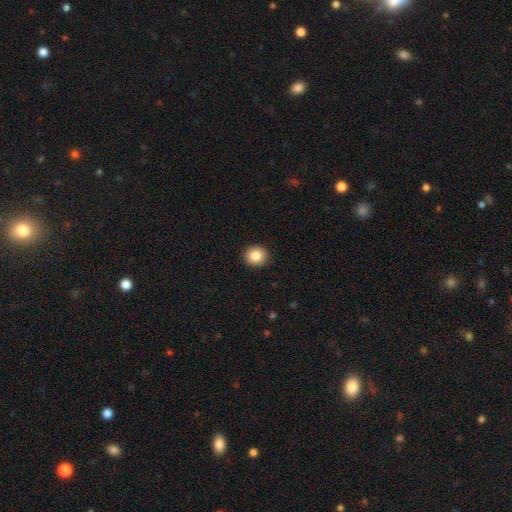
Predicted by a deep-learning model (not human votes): Smooth or featured?
  - smooth: 86% *
  - star or artifact: 9%
  - featured or disk: 6%
How rounded?
  - round: 88% *
  - in between: 11%
  - cigar-shaped: 1%
Merging?
  - none: 92% *
  - minor disturbance: 5%
  - major disturbance: 2%
  - merger: 1%